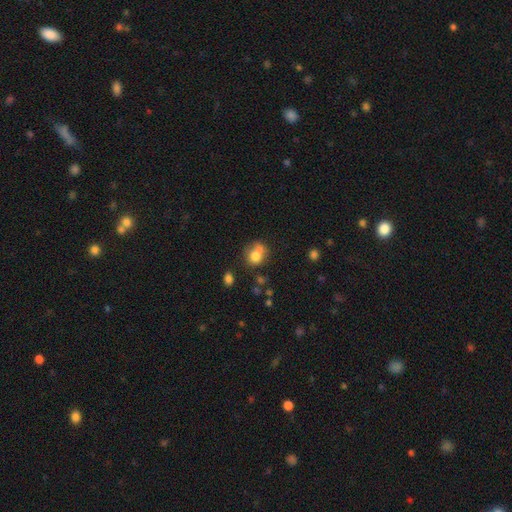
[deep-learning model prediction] smooth-or-featured: smooth: 74% | featured or disk: 15% | star or artifact: 11%
  how-rounded: round: 65% | in between: 34% | cigar-shaped: 1%
  merging: merger: 41% | none: 37% | minor disturbance: 14% | major disturbance: 8%